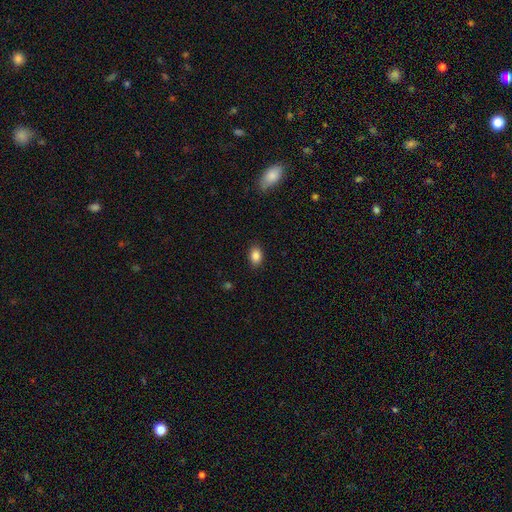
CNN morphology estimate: Smooth or featured?
  - smooth: 86% *
  - star or artifact: 9%
  - featured or disk: 5%
How rounded?
  - in between: 81% *
  - round: 18%
  - cigar-shaped: 1%
Merging?
  - none: 87% *
  - minor disturbance: 9%
  - major disturbance: 2%
  - merger: 1%